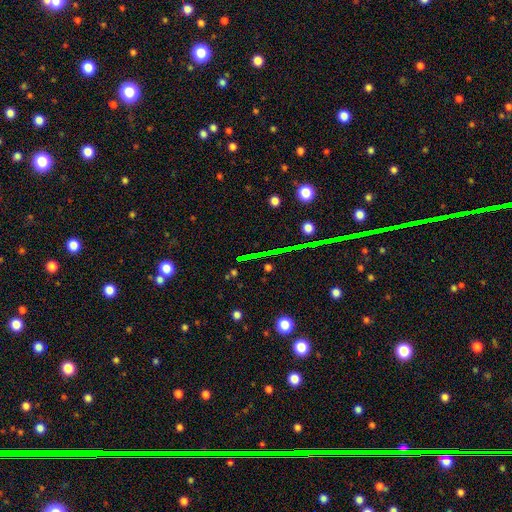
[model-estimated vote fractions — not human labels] Morphology: type=star or artifact (66%).